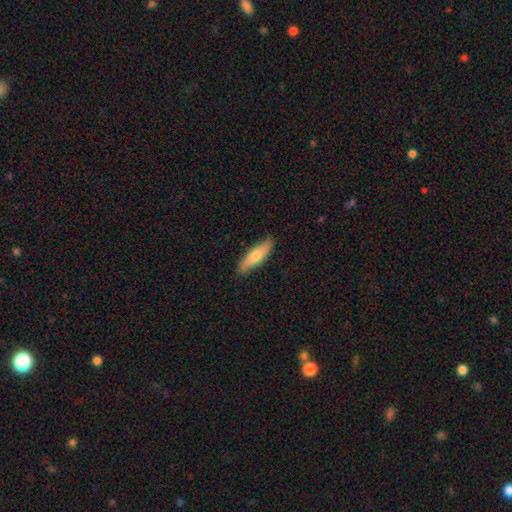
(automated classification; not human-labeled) A smooth galaxy with no disk features (70%) that is cigar-shaped (55%). Merging: none (85%).